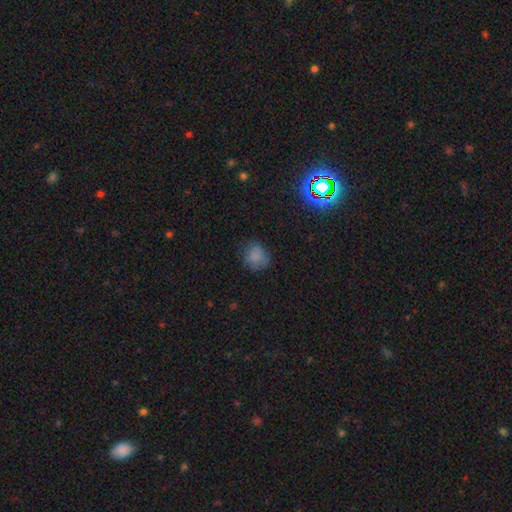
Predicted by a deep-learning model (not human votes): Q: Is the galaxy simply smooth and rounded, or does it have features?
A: smooth — 77%.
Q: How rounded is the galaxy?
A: round — 71%.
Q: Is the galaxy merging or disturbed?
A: none — 67%.